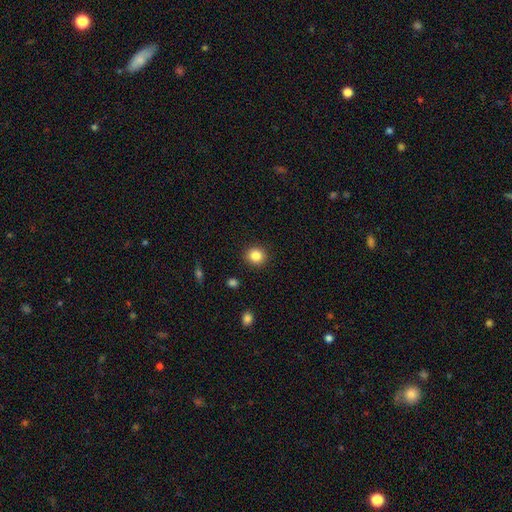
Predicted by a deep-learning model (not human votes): Q: Smooth or featured?
A: smooth (85%); runner-up: star or artifact (10%)
Q: How rounded?
A: round (86%); runner-up: in between (13%)
Q: Merging?
A: none (91%); runner-up: minor disturbance (6%)